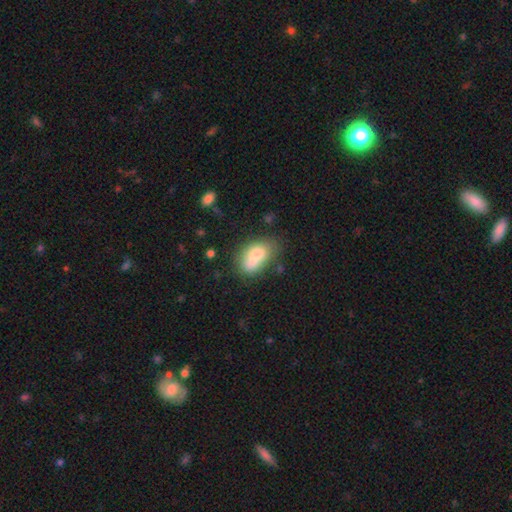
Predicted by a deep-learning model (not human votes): smooth 74%, featured or disk 18%, star or artifact 9%. Down the decision tree: how rounded — in between (86%); merging — none (40%).